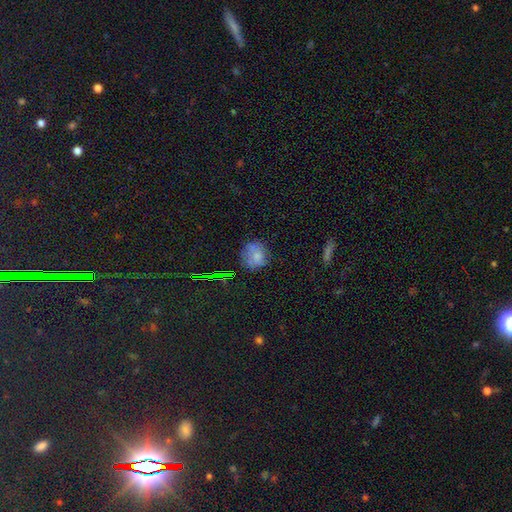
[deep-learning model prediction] Morphology: type=smooth (68%); roundness=round (77%); merging=none (66%).